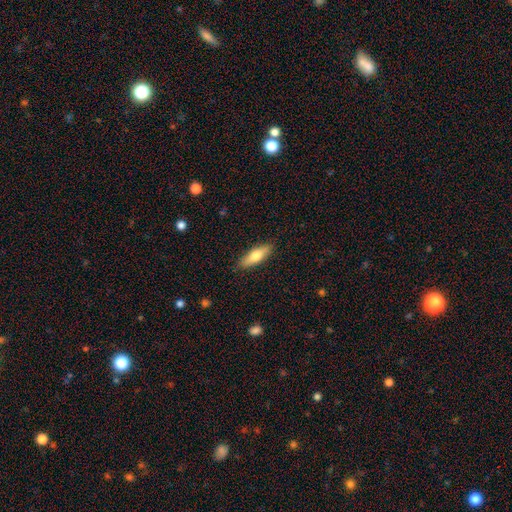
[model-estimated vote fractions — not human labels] Overall: smooth (69%). How rounded: in between (50%; cigar-shaped 47%). Merging: none (87%).